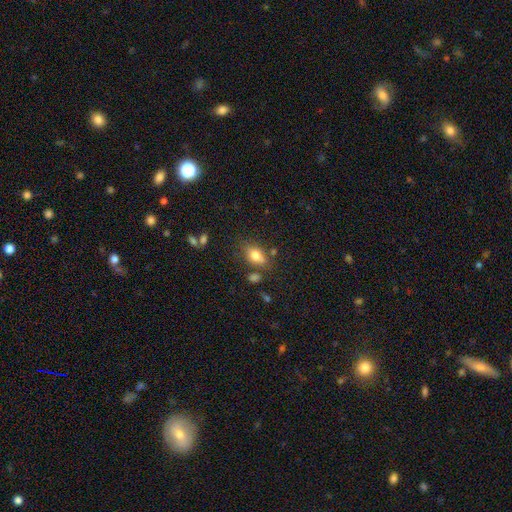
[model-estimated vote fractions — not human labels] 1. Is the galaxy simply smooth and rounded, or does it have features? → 79% smooth, 12% featured or disk, 10% star or artifact.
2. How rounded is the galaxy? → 82% in between, 15% round, 3% cigar-shaped.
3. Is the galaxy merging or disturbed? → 68% none, 17% minor disturbance, 10% merger, 5% major disturbance.